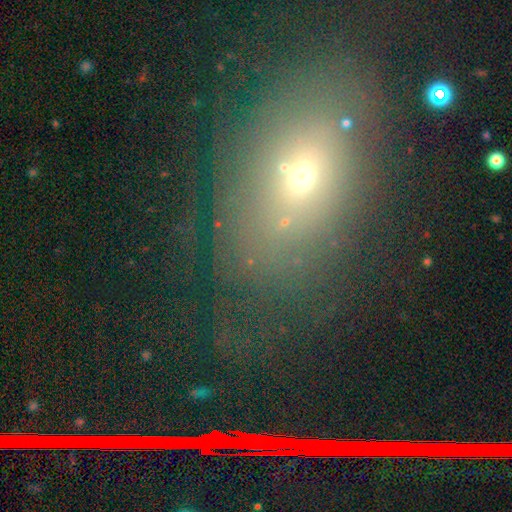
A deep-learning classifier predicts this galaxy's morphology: Q: Smooth or featured?
A: smooth (50%); runner-up: star or artifact (32%)
Q: How rounded?
A: in between (67%); runner-up: round (29%)
Q: Merging?
A: none (72%); runner-up: minor disturbance (14%)